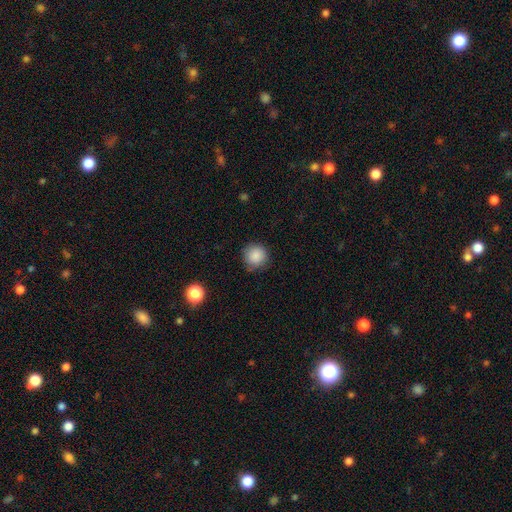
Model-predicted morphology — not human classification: type=smooth (87%); roundness=round (94%); merging=none (83%).